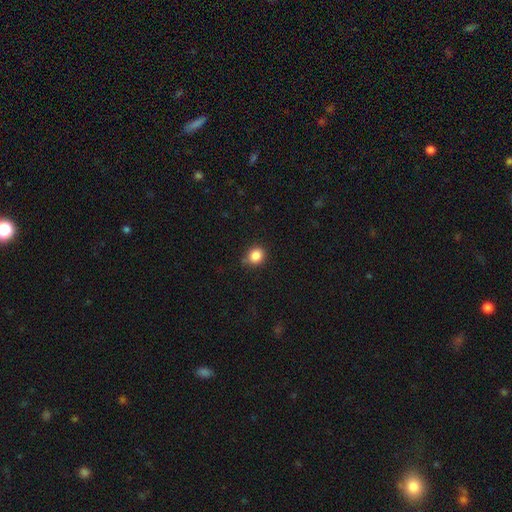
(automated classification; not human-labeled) Smooth or featured?
  - smooth: 86% *
  - star or artifact: 10%
  - featured or disk: 4%
How rounded?
  - round: 77% *
  - in between: 22%
  - cigar-shaped: 1%
Merging?
  - none: 78% *
  - minor disturbance: 17%
  - major disturbance: 3%
  - merger: 2%